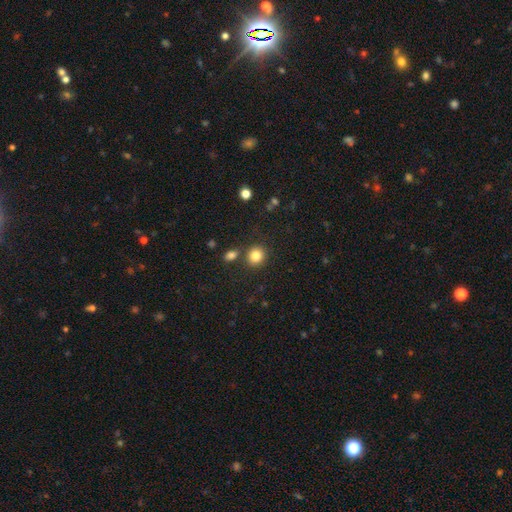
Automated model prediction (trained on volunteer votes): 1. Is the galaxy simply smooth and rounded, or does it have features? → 84% smooth, 11% star or artifact, 5% featured or disk.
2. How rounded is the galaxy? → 81% round, 18% in between, 1% cigar-shaped.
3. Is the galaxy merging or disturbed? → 78% none, 10% merger, 9% minor disturbance, 3% major disturbance.